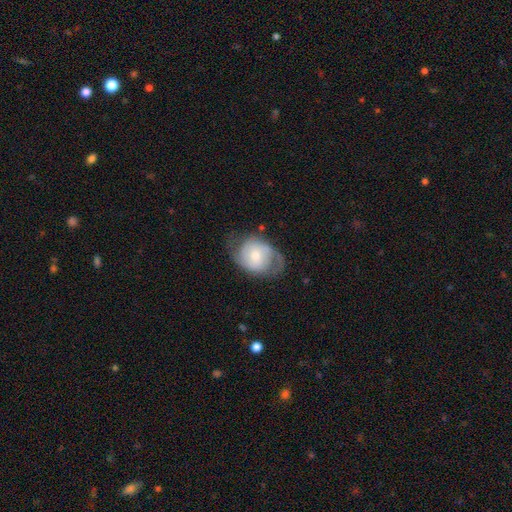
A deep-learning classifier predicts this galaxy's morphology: type=featured or disk (61%); edge-on=no (97%); bar=no (63%); spiral arms=yes (81%); bulge=moderate (50%); merging=none (54%).